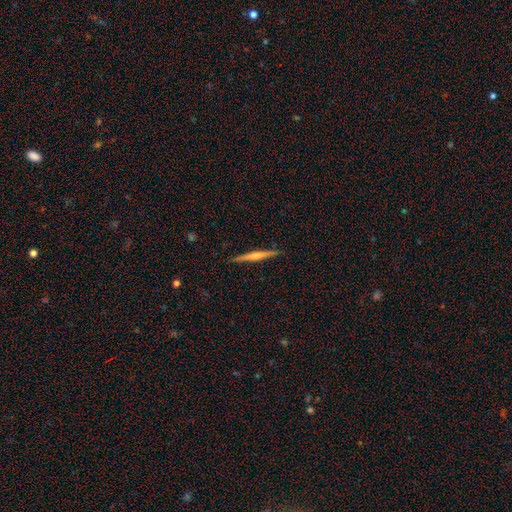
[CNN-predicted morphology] Smooth or featured: featured or disk — 64% (smooth — 30%)
Edge-on disk: yes — 98% (no — 2%)
Edge-on bulge: rounded — 67% (none — 25%)
Merging: none — 90% (minor disturbance — 7%)